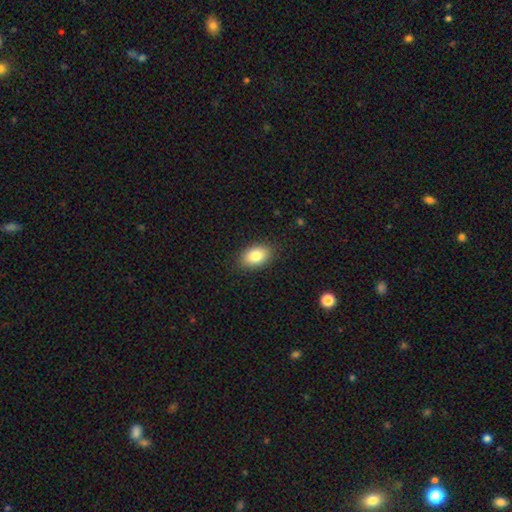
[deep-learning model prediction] Smooth or featured? Predicted: smooth (p=0.83). How rounded? Predicted: in between (p=0.88). Merging? Predicted: none (p=0.87).